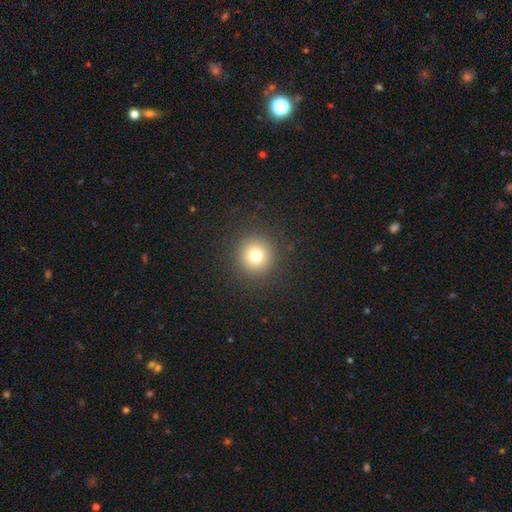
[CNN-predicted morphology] smooth-or-featured: smooth: 76% | star or artifact: 14% | featured or disk: 10%
  how-rounded: round: 95% | in between: 4% | cigar-shaped: 1%
  merging: none: 91% | minor disturbance: 5% | major disturbance: 3% | merger: 1%